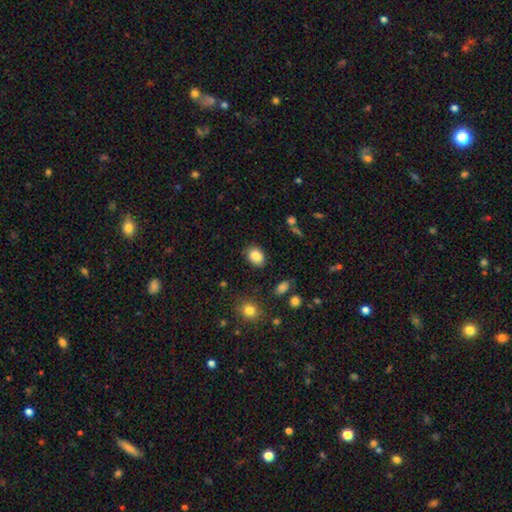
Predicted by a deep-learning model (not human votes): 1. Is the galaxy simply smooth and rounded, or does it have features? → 86% smooth, 9% star or artifact, 5% featured or disk.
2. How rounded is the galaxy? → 63% in between, 36% round, 1% cigar-shaped.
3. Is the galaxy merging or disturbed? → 84% none, 12% minor disturbance, 3% major disturbance, 2% merger.